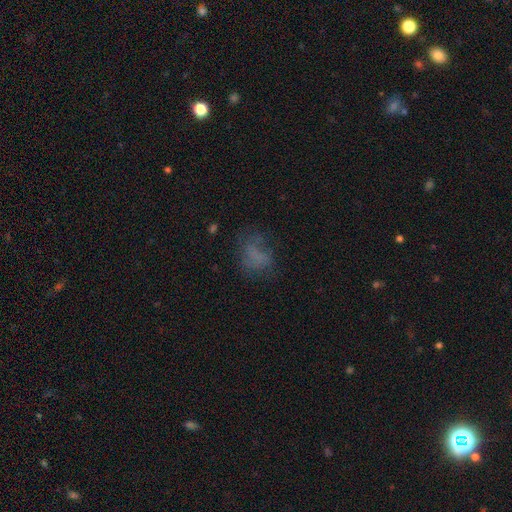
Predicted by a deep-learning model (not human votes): Smooth or featured?
  - smooth: 54% *
  - featured or disk: 25%
  - star or artifact: 21%
How rounded?
  - in between: 63% *
  - round: 34%
  - cigar-shaped: 2%
Merging?
  - none: 49% *
  - major disturbance: 26%
  - minor disturbance: 22%
  - merger: 3%